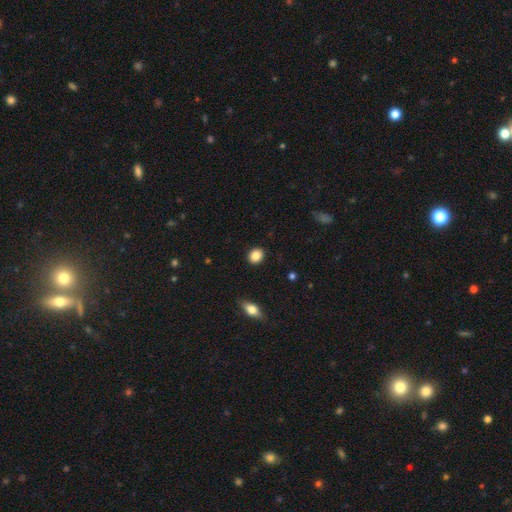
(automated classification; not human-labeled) Smooth or featured: smooth — 87% (star or artifact — 8%)
How rounded: round — 63% (in between — 36%)
Merging: none — 91% (minor disturbance — 6%)